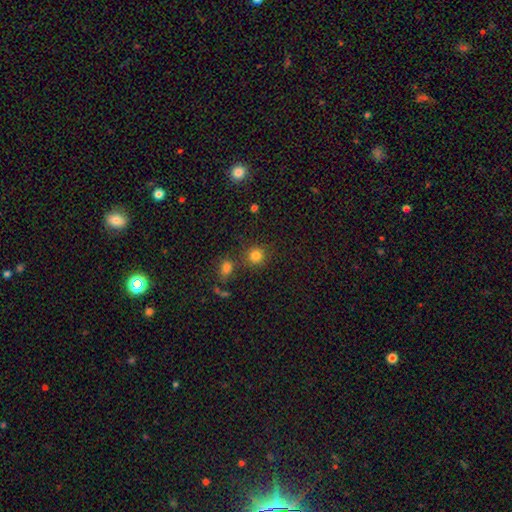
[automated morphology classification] type=smooth (80%); roundness=round (90%); merging=none (78%).